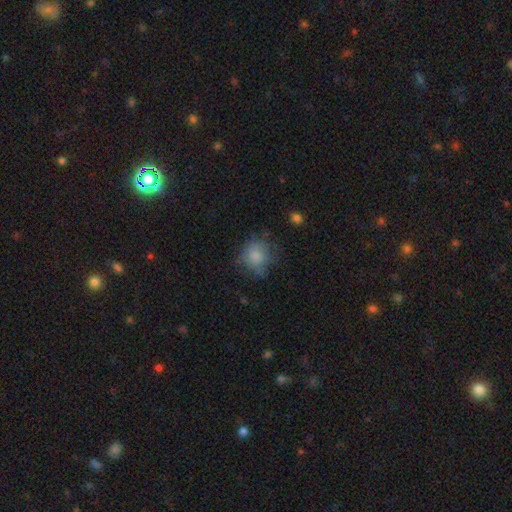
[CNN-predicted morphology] smooth_or_featured: smooth (p=0.78) [alt: featured or disk p=0.13]
how_rounded: round (p=0.85) [alt: in between p=0.14]
merging: none (p=0.64) [alt: minor disturbance p=0.23]